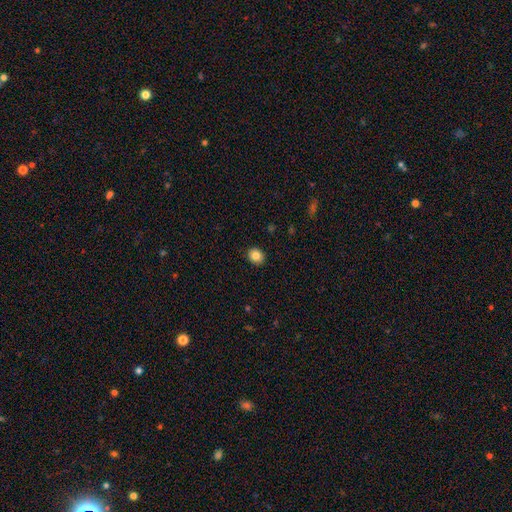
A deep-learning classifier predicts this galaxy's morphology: smooth-or-featured: smooth: 84% | star or artifact: 10% | featured or disk: 6%
  how-rounded: round: 71% | in between: 28% | cigar-shaped: 1%
  merging: none: 91% | minor disturbance: 6% | major disturbance: 2% | merger: 1%